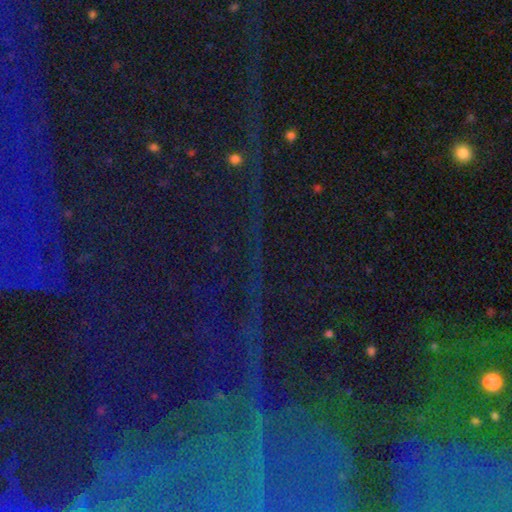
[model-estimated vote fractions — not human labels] A star or artifact, not a galaxy (83%).

Vote fractions:
- Smooth or featured? star or artifact: 83% / featured or disk: 9% / smooth: 8%